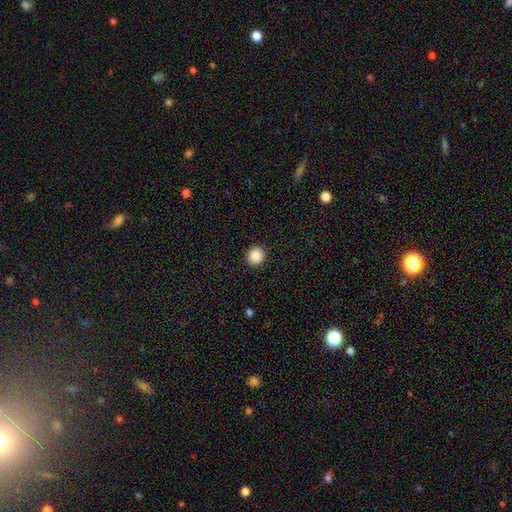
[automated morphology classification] A smooth galaxy with no disk features (88%) that is round (83%). Merging: none (92%).